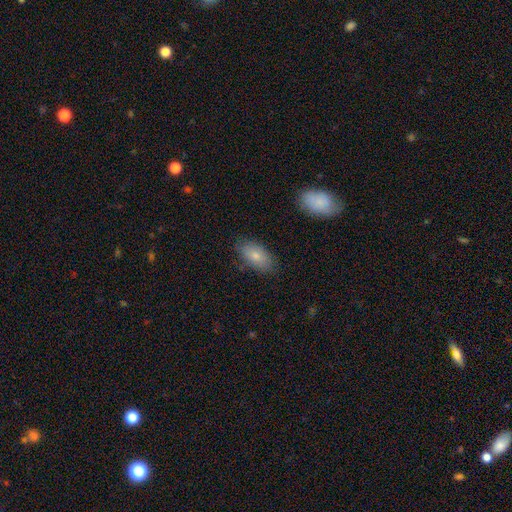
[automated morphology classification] This appears to be a smooth galaxy with no disk features (79%) that is in between round and cigar-shaped (92%). Merging: none (81%).